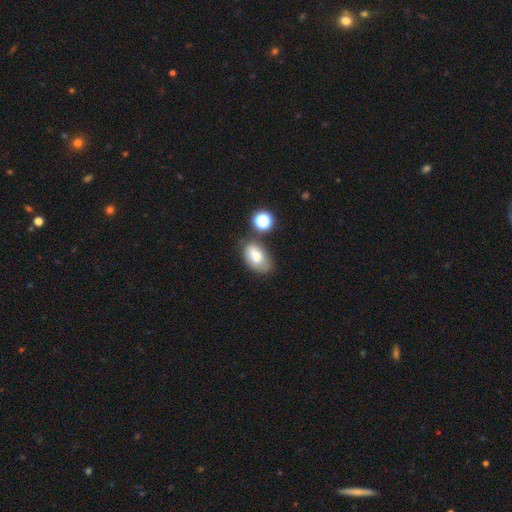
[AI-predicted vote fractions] The model was most divided on "merging": none: 54%, minor disturbance: 25%, merger: 12%, major disturbance: 9%. More confident: how rounded — in between (91%); smooth or featured — smooth (72%).